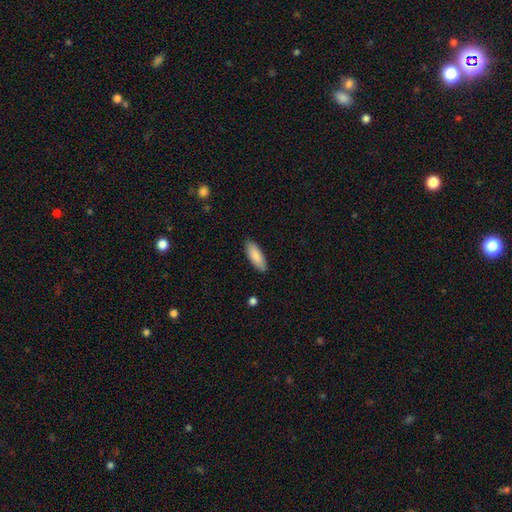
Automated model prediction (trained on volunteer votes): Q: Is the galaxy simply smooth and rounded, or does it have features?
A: smooth — 87%.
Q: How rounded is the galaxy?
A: in between — 68%.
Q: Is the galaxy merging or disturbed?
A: none — 87%.